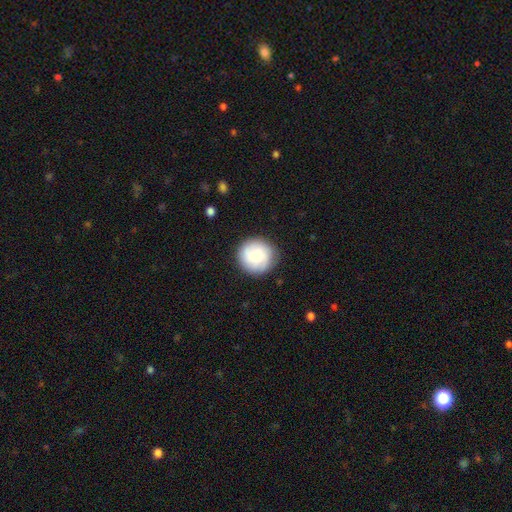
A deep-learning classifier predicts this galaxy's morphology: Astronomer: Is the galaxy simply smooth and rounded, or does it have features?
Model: smooth — 72%.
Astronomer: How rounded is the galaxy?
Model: round — 94%.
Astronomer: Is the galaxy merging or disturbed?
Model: none — 87%.